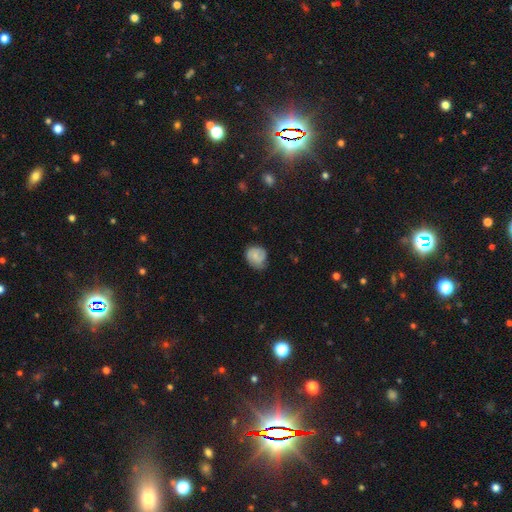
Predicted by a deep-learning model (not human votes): Smooth or featured? smooth (57%)
How rounded? round (66%)
Merging? none (61%)